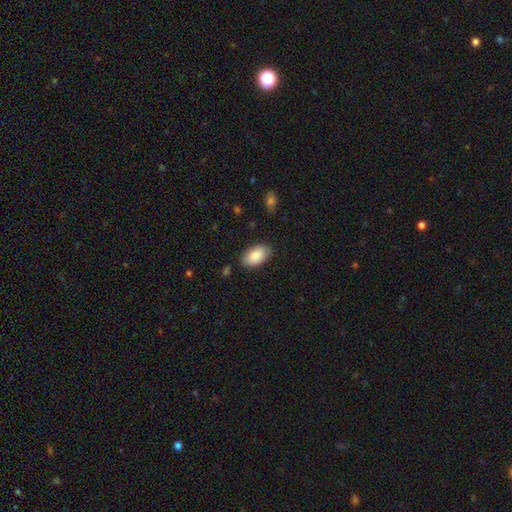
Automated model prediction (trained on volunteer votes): A smooth galaxy with no disk features (88%) that is in between round and cigar-shaped (95%).

Vote fractions:
- Smooth or featured? smooth: 88% / featured or disk: 7% / star or artifact: 6%
- How rounded? in between: 95% / round: 4% / cigar-shaped: 1%
- Merging? none: 84% / minor disturbance: 12% / major disturbance: 3% / merger: 1%